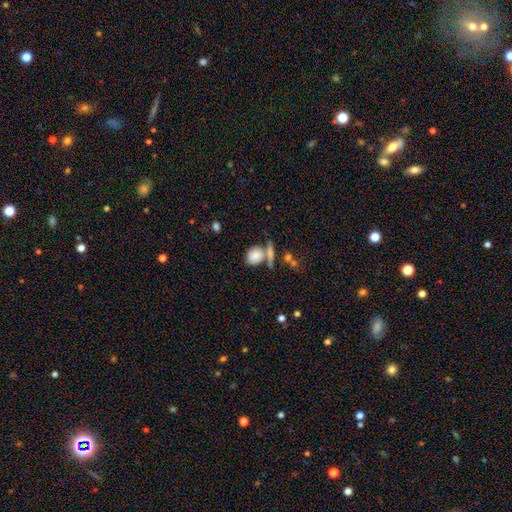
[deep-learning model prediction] A smooth galaxy with no disk features (81%) that is round (56%). Merging: none (54%).